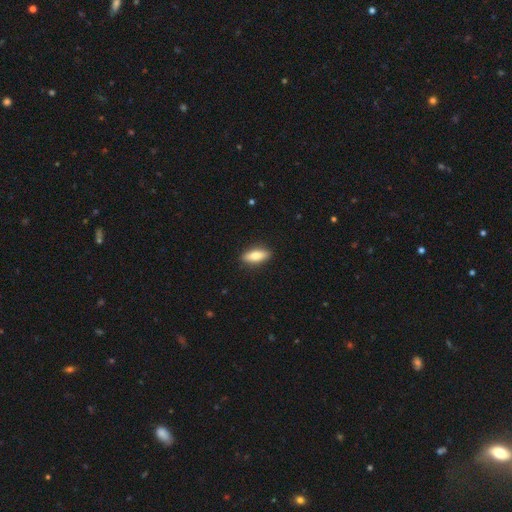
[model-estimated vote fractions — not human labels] Morphology: type=smooth (78%); roundness=in between (69%); merging=none (89%).